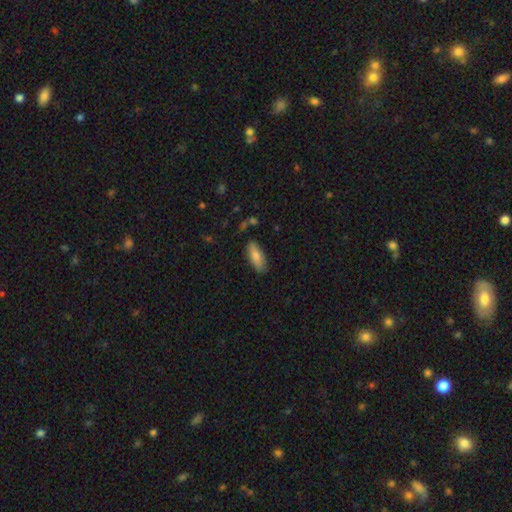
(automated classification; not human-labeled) The model was most divided on "how rounded": in between: 75%, cigar-shaped: 23%, round: 2%. More confident: merging — none (82%); smooth or featured — smooth (76%).